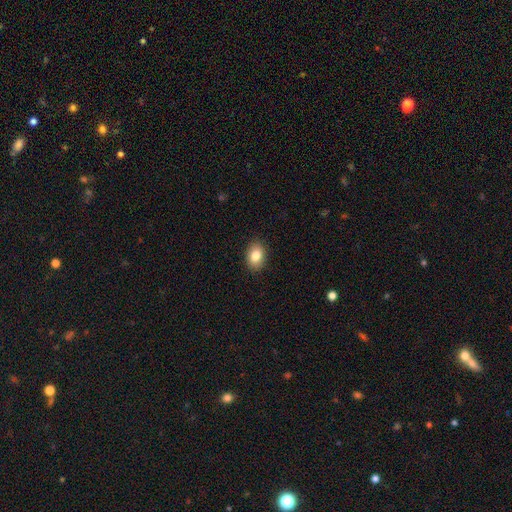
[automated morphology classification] Smooth or featured?
  - smooth: 83% *
  - featured or disk: 8%
  - star or artifact: 8%
How rounded?
  - in between: 79% *
  - round: 20%
  - cigar-shaped: 1%
Merging?
  - none: 89% *
  - minor disturbance: 8%
  - major disturbance: 2%
  - merger: 1%